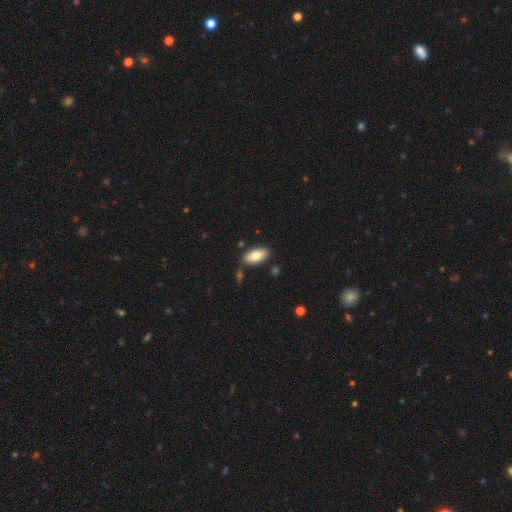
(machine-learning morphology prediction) smooth-or-featured: smooth: 80% | featured or disk: 14% | star or artifact: 6%
  how-rounded: in between: 91% | cigar-shaped: 7% | round: 2%
  merging: none: 83% | minor disturbance: 10% | merger: 4% | major disturbance: 2%